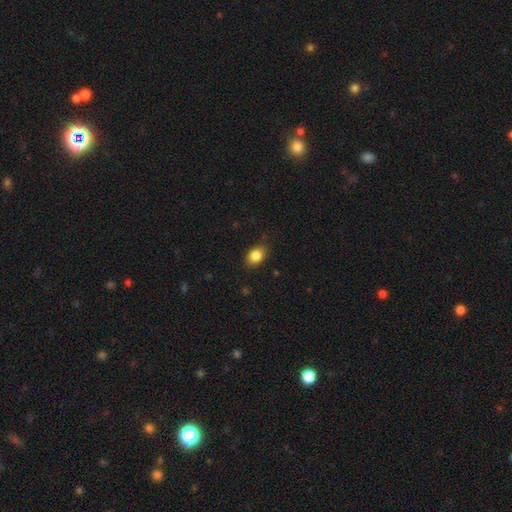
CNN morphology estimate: Q: Smooth or featured?
A: smooth (84%); runner-up: star or artifact (10%)
Q: How rounded?
A: in between (60%); runner-up: round (38%)
Q: Merging?
A: none (78%); runner-up: minor disturbance (18%)